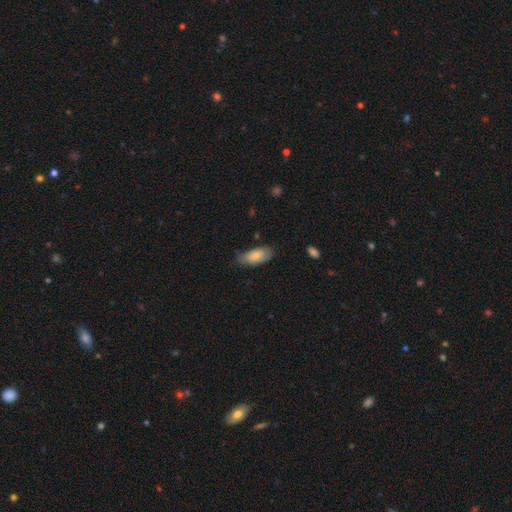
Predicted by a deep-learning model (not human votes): smooth_or_featured: smooth (p=0.78) [alt: featured or disk p=0.16]
how_rounded: in between (p=0.90) [alt: cigar-shaped p=0.08]
merging: none (p=0.64) [alt: minor disturbance p=0.29]